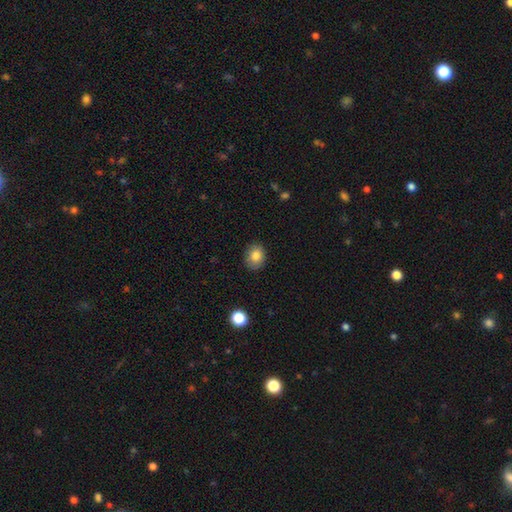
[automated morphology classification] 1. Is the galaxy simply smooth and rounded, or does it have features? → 83% smooth, 9% star or artifact, 8% featured or disk.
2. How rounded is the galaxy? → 52% round, 47% in between, 1% cigar-shaped.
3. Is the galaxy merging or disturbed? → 86% none, 11% minor disturbance, 2% major disturbance, 1% merger.